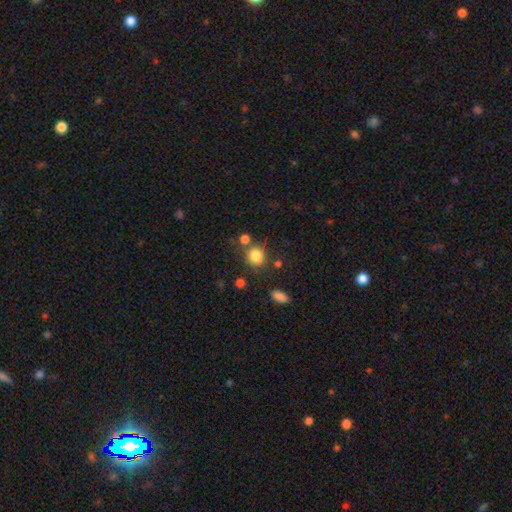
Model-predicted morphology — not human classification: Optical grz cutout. It shows a smooth galaxy with no disk features (82%) that is round (84%). Merging: none (68%).